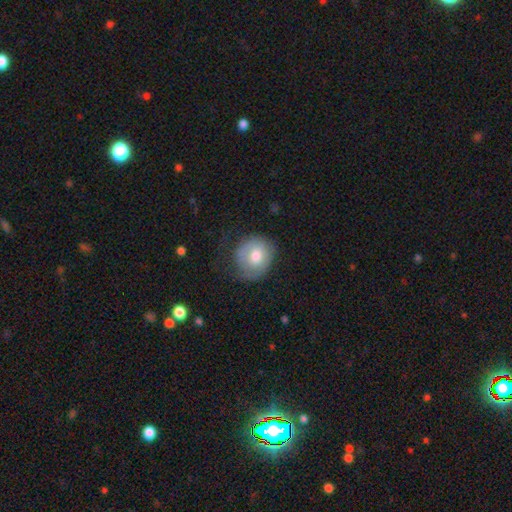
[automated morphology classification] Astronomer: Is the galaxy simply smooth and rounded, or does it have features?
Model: smooth — 68%.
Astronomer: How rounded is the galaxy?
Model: round — 75%.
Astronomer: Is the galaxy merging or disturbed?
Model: none — 57%.